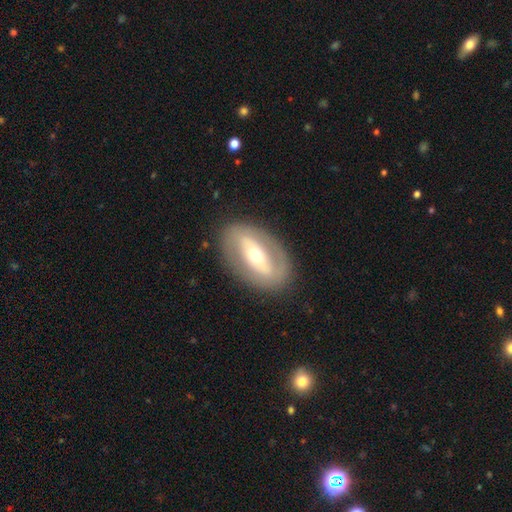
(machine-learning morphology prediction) Smooth or featured: featured or disk — 69% (smooth — 25%)
Edge-on disk: no — 90% (yes — 10%)
Bar: strong — 46% (no — 30%)
Spiral arms: no — 60% (yes — 40%)
Bulge size: moderate — 53% (small — 41%)
Merging: none — 84% (minor disturbance — 10%)